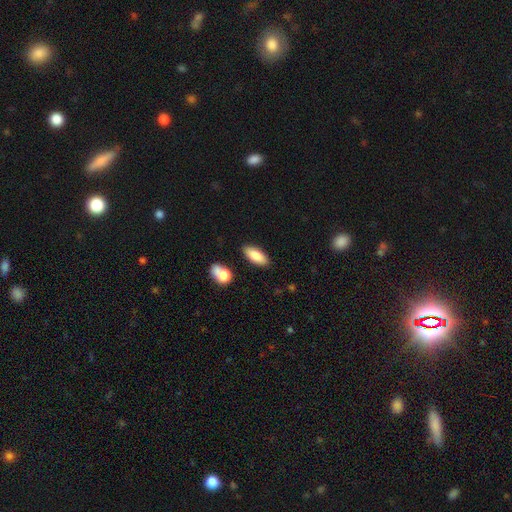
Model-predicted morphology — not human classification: A smooth galaxy with no disk features (84%) that is in between round and cigar-shaped (80%).

Vote fractions:
- Smooth or featured? smooth: 84% / featured or disk: 9% / star or artifact: 7%
- How rounded? in between: 80% / cigar-shaped: 17% / round: 2%
- Merging? none: 84% / minor disturbance: 10% / merger: 4% / major disturbance: 2%